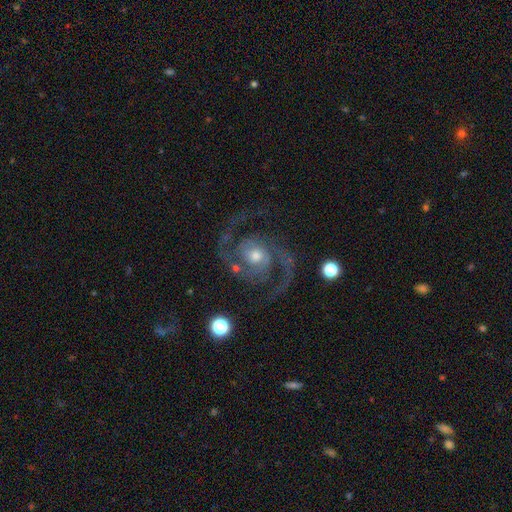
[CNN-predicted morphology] A featured or disk galaxy (92%) with no bar (66%), 2 (92%) medium (61%) spiral arms (98%) and a moderate central bulge (60%).

Vote fractions:
- Smooth or featured? featured or disk: 92% / star or artifact: 5% / smooth: 3%
- Edge-on disk? no: 98% / yes: 2%
- Bar? no: 66% / weak: 26% / strong: 7%
- Spiral arms? yes: 98% / no: 2%
- Spiral winding? medium: 61% / tight: 26% / loose: 13%
- Spiral arm count? 2: 92% / 3: 2% / can't tell: 2% / 1: 1% / 4: 1% / more than 4: 1%
- Bulge size? moderate: 60% / small: 33% / large: 4% / none: 2% / dominant: 1%
- Merging? none: 77% / minor disturbance: 13% / major disturbance: 8% / merger: 2%